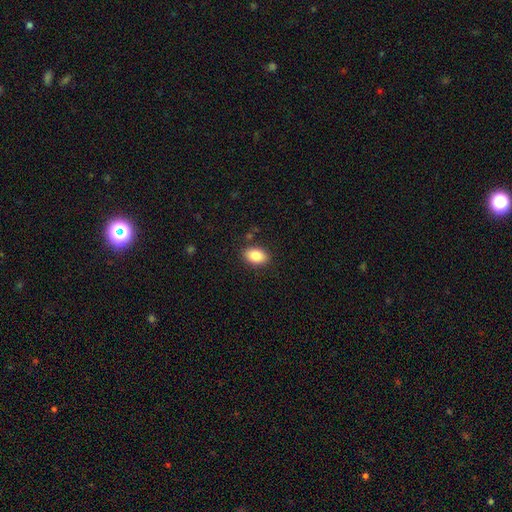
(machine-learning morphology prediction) Overall: smooth (87%). How rounded: in between (86%). Merging: none (87%).